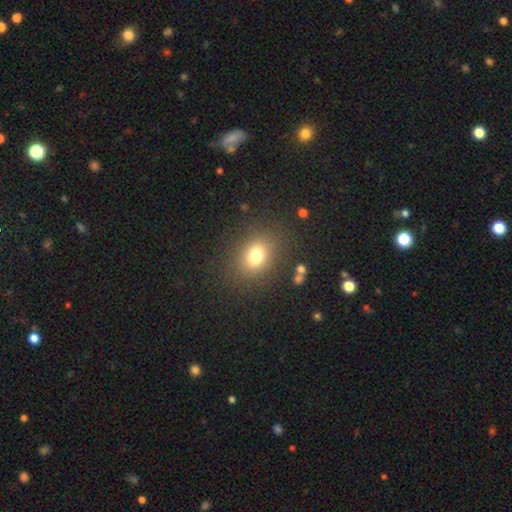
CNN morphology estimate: type=smooth (75%); roundness=in between (56%); merging=none (84%).